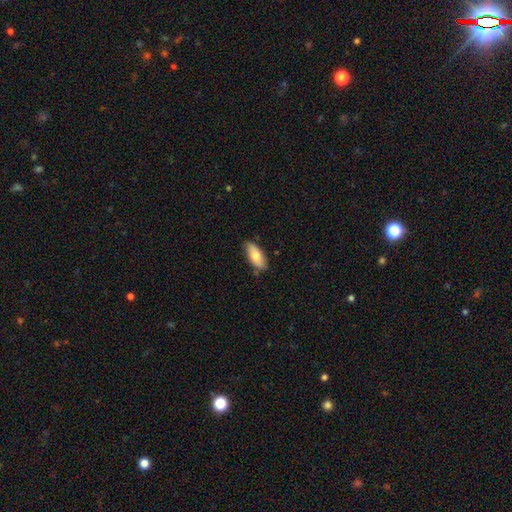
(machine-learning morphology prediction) This appears to be a smooth galaxy with no disk features (75%) that is in between round and cigar-shaped (81%). Merging: none (80%).